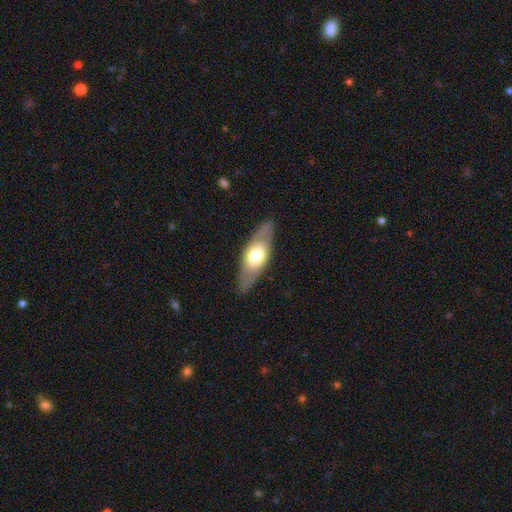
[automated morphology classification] This appears to be a smooth galaxy with no disk features (48%). Merging: none (85%).